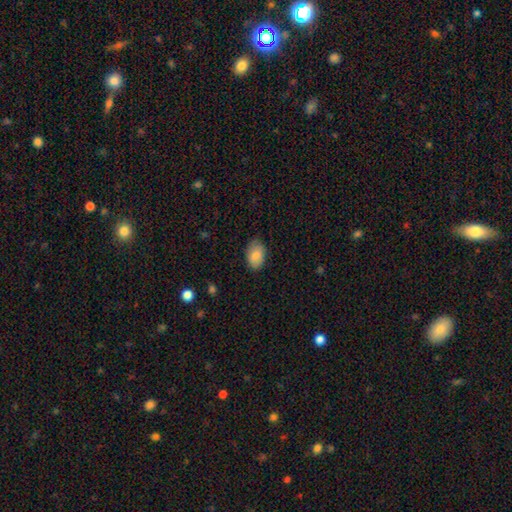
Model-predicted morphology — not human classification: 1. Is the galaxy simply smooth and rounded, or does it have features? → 83% smooth, 10% featured or disk, 7% star or artifact.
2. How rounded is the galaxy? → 88% in between, 11% round, 1% cigar-shaped.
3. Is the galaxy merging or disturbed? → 78% none, 18% minor disturbance, 3% major disturbance, 1% merger.